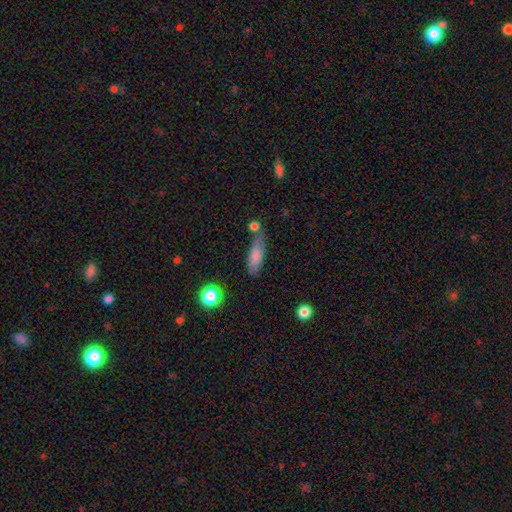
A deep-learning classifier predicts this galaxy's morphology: Q: Smooth or featured?
A: smooth (78%); runner-up: featured or disk (15%)
Q: How rounded?
A: in between (53%); runner-up: cigar-shaped (44%)
Q: Merging?
A: none (57%); runner-up: minor disturbance (22%)